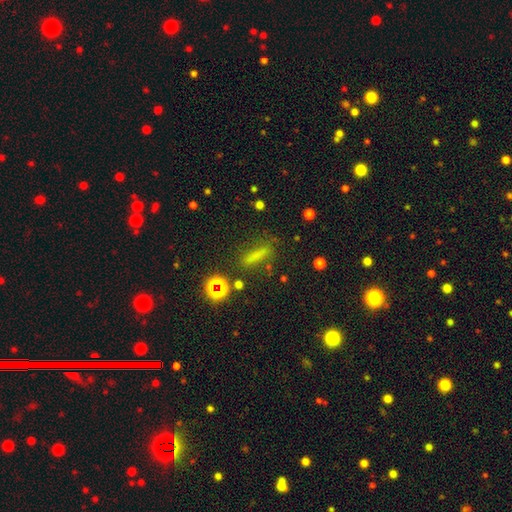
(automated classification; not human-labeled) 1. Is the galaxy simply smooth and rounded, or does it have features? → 53% smooth, 29% star or artifact, 17% featured or disk.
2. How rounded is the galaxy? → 74% cigar-shaped, 18% in between, 8% round.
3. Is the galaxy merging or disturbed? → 73% none, 15% minor disturbance, 8% major disturbance, 4% merger.